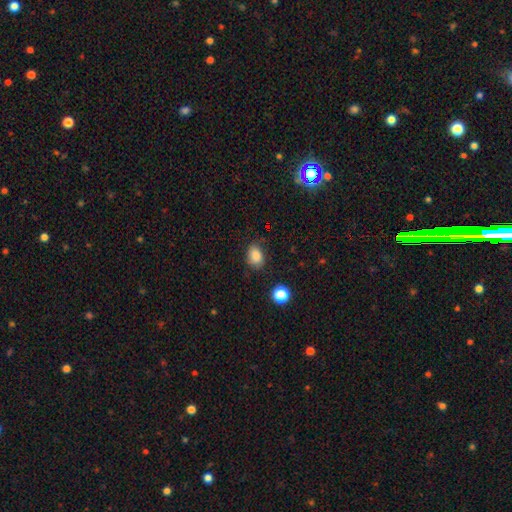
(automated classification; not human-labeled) A smooth galaxy with no disk features (85%) that is in between round and cigar-shaped (74%). Merging: none (76%).